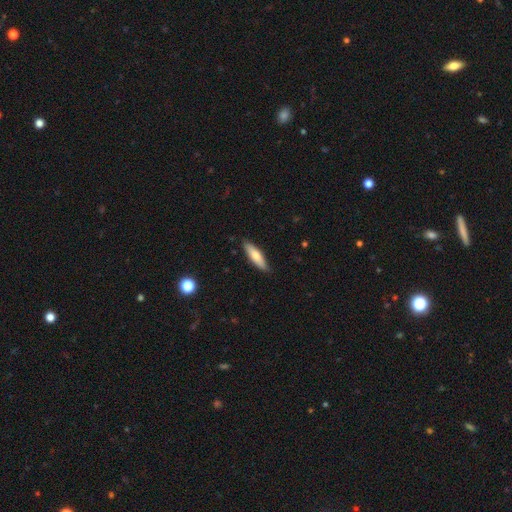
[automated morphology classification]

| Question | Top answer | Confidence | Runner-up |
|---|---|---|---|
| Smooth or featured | smooth | 70% | featured or disk (24%) |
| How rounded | cigar-shaped | 61% | in between (37%) |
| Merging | none | 87% | minor disturbance (10%) |